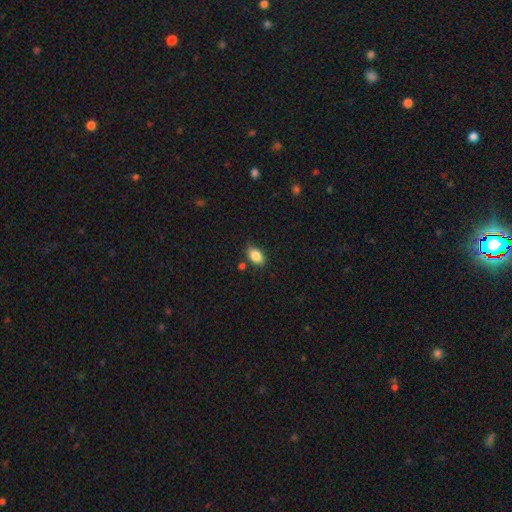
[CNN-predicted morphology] type=smooth (86%); roundness=in between (88%); merging=none (78%).